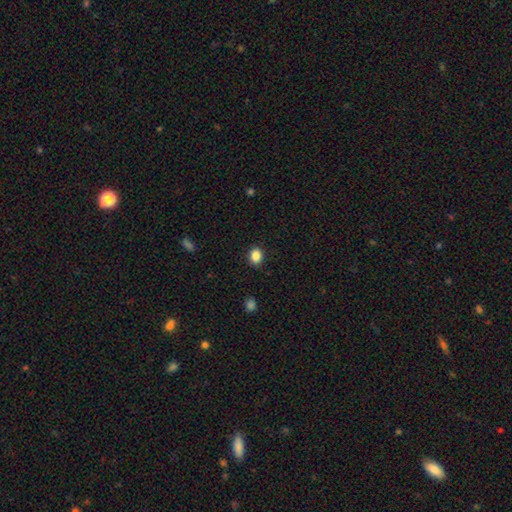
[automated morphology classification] A smooth galaxy with no disk features (86%) that is round (52%).

Vote fractions:
- Smooth or featured? smooth: 86% / star or artifact: 10% / featured or disk: 4%
- How rounded? round: 52% / in between: 47% / cigar-shaped: 1%
- Merging? none: 89% / minor disturbance: 7% / major disturbance: 2% / merger: 1%